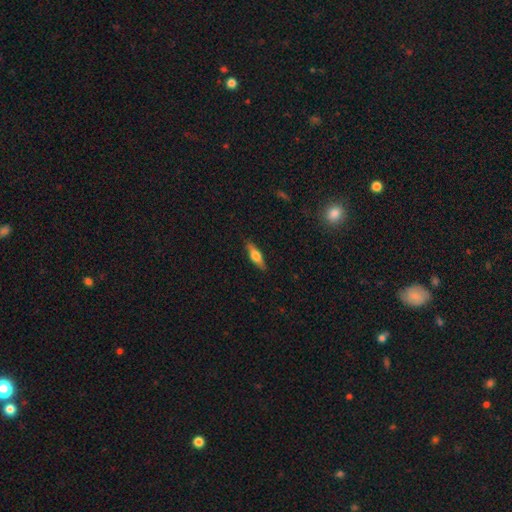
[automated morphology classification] A smooth galaxy with no disk features (51%) that is cigar-shaped (57%).

Vote fractions:
- Smooth or featured? smooth: 51% / featured or disk: 43% / star or artifact: 6%
- How rounded? cigar-shaped: 57% / in between: 40% / round: 3%
- Merging? none: 87% / minor disturbance: 10% / major disturbance: 2% / merger: 1%